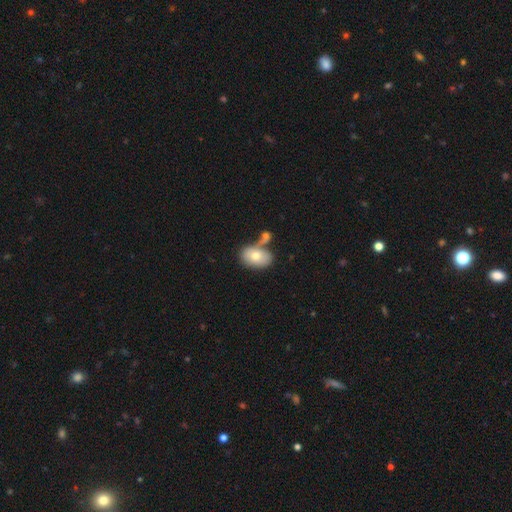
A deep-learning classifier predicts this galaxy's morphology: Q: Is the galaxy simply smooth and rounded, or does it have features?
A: smooth — 75%.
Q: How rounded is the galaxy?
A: in between — 87%.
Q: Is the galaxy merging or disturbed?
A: none — 49%.